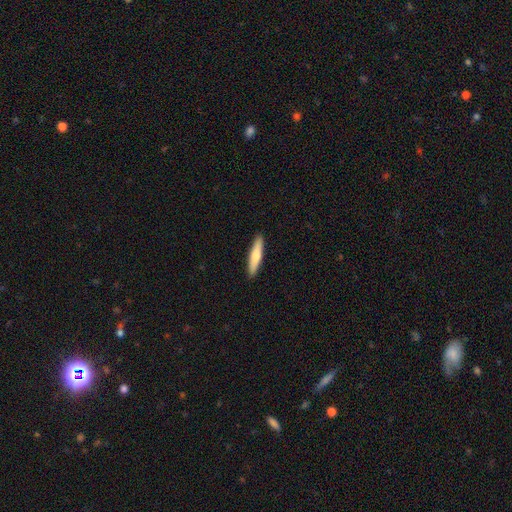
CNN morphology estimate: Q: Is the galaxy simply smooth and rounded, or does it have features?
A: smooth — 69%.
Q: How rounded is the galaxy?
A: cigar-shaped — 86%.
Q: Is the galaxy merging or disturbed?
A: none — 92%.